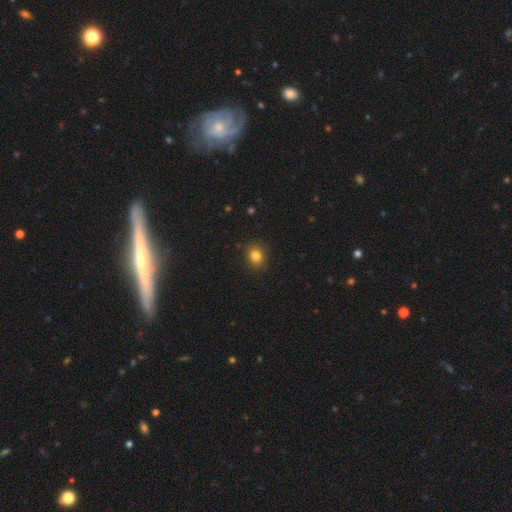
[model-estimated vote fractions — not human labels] Overall: smooth (82%). How rounded: round (69%; in between 30%). Merging: none (88%).